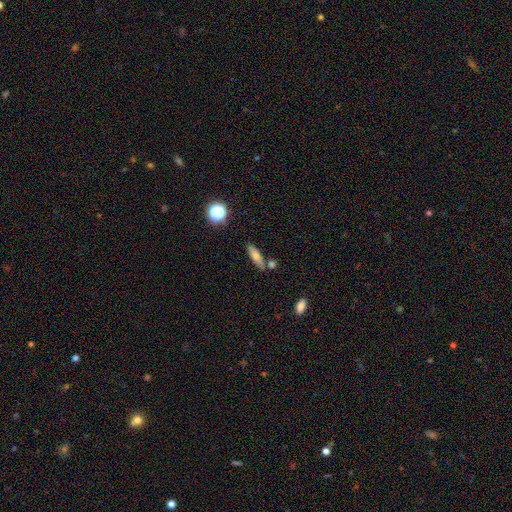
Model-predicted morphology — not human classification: A smooth galaxy with no disk features (64%) that is cigar-shaped (54%).

Vote fractions:
- Smooth or featured? smooth: 64% / featured or disk: 26% / star or artifact: 10%
- How rounded? cigar-shaped: 54% / in between: 42% / round: 4%
- Merging? none: 73% / minor disturbance: 12% / merger: 12% / major disturbance: 3%